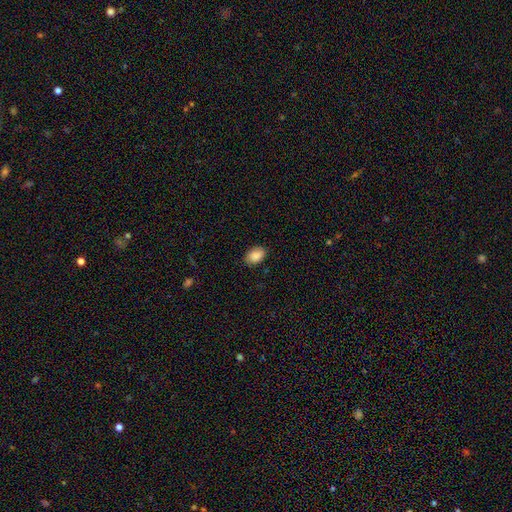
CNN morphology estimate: smooth-or-featured: smooth: 88% | star or artifact: 7% | featured or disk: 5%
  how-rounded: in between: 87% | round: 12% | cigar-shaped: 1%
  merging: none: 85% | minor disturbance: 12% | major disturbance: 2% | merger: 1%